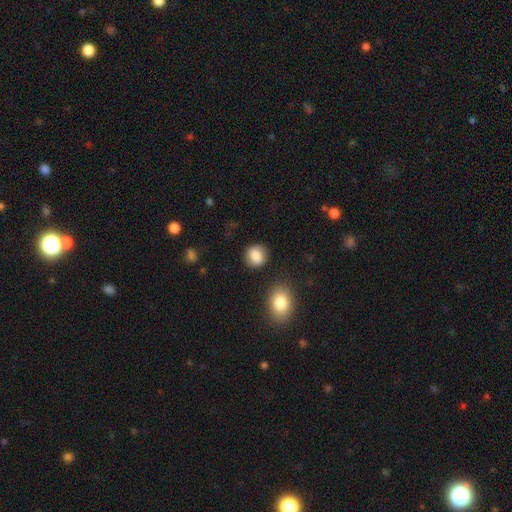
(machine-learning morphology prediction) A smooth galaxy with no disk features (84%) that is round (80%).

Vote fractions:
- Smooth or featured? smooth: 84% / star or artifact: 8% / featured or disk: 8%
- How rounded? round: 80% / in between: 19% / cigar-shaped: 1%
- Merging? none: 84% / minor disturbance: 10% / major disturbance: 3% / merger: 2%